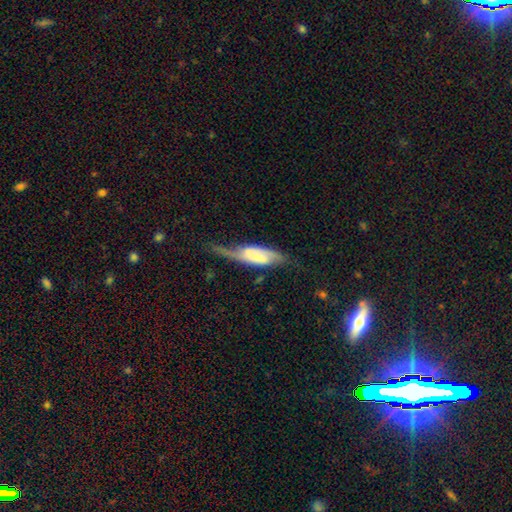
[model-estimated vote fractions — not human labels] Smooth or featured? featured or disk (65%)
Edge-on disk? no (78%)
Bar? no (42%)
Spiral arms? yes (88%)
Bulge size? small (32%)
Merging? none (39%)